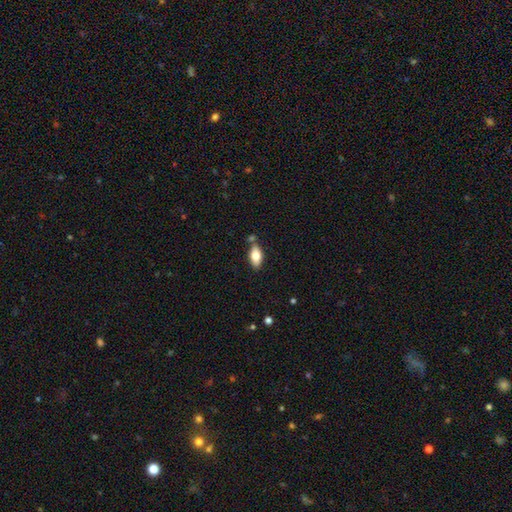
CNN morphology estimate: type=smooth (76%); roundness=in between (90%); merging=none (73%).